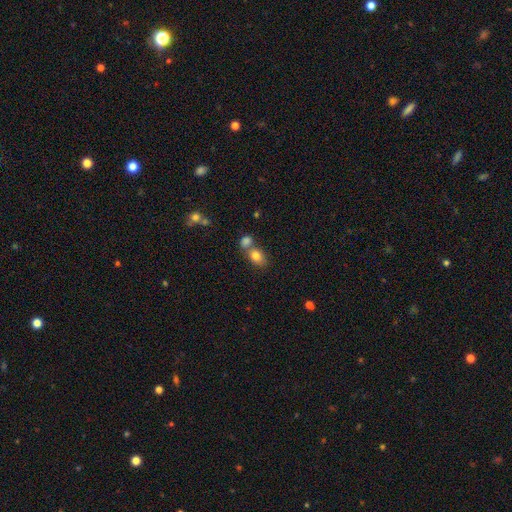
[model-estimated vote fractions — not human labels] This is clearly a smooth galaxy (81%). How rounded: likely in between (73%). Merging: marginally none (43%, tied with merger).